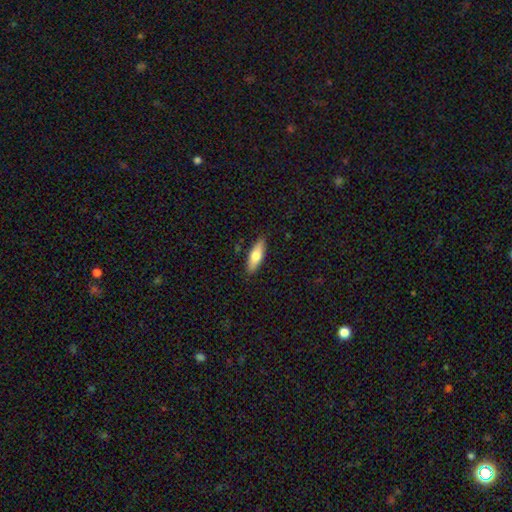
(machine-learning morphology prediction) type=smooth (69%); roundness=in between (55%); merging=none (88%).